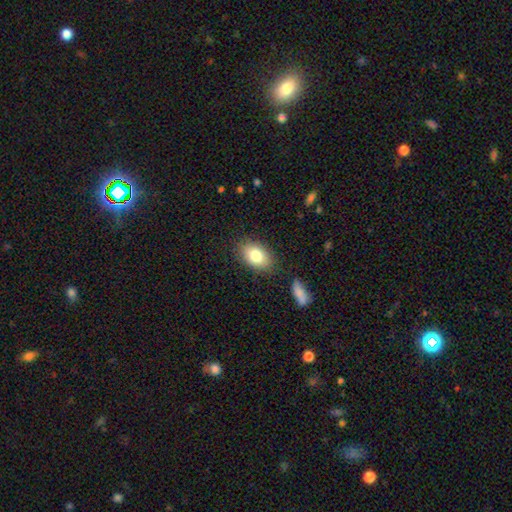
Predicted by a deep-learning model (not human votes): The model was most divided on "smooth or featured": smooth: 80%, featured or disk: 12%, star or artifact: 8%. More confident: how rounded — in between (84%); merging — none (82%).